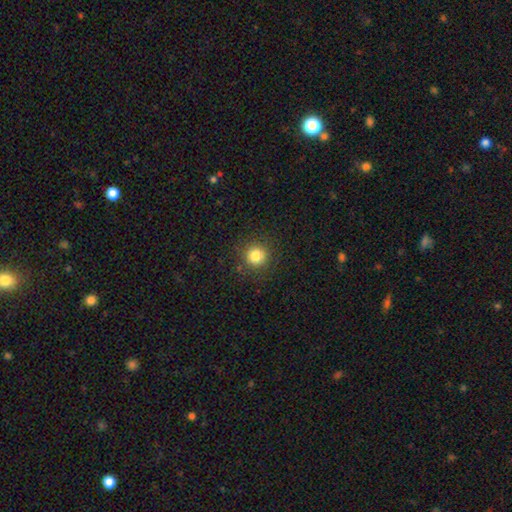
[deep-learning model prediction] Morphology: type=smooth (82%); roundness=round (94%); merging=none (90%).